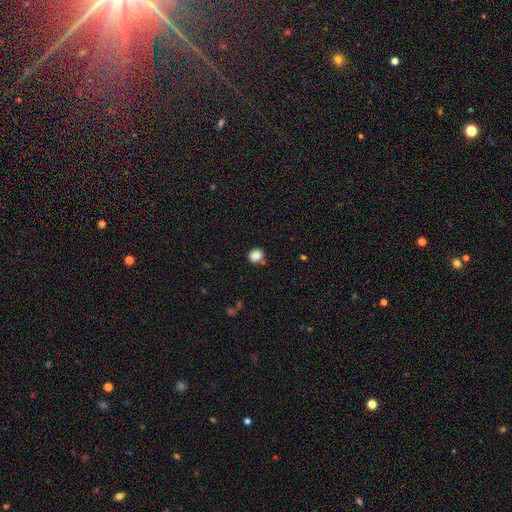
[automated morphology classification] smooth 86%, star or artifact 10%, featured or disk 4%. Down the decision tree: how rounded — round (73%); merging — none (79%).